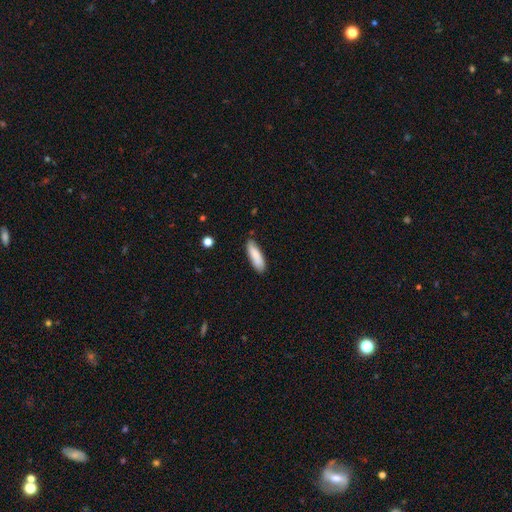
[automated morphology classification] A smooth galaxy with no disk features (85%) that is cigar-shaped (51%). Merging: none (80%).